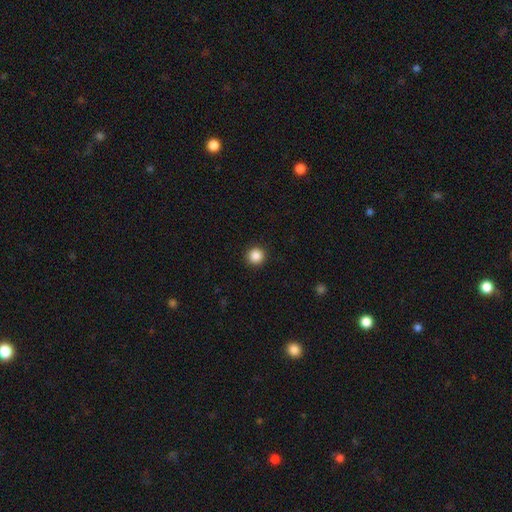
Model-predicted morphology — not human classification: Smooth or featured? Predicted: smooth (p=0.87). How rounded? Predicted: round (p=0.95). Merging? Predicted: none (p=0.93).